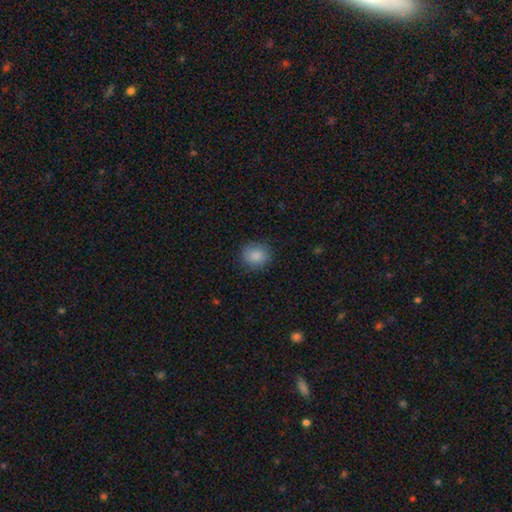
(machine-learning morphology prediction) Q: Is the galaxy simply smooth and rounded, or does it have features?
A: smooth — 87%.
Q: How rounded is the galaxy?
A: round — 79%.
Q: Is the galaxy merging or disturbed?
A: none — 87%.